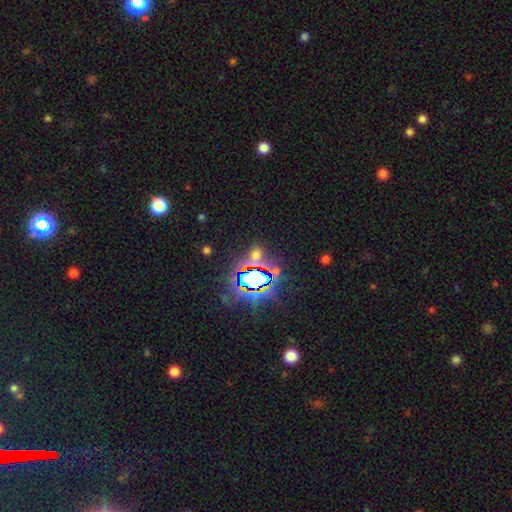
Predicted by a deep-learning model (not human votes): smooth-or-featured: star or artifact: 63% | smooth: 28% | featured or disk: 9%